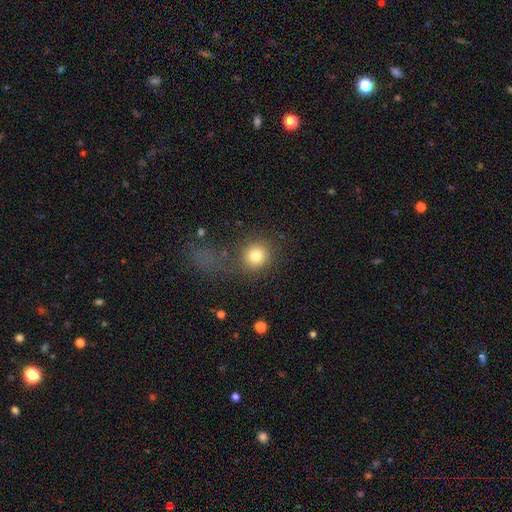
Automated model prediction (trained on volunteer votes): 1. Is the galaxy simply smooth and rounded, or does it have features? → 80% smooth, 11% star or artifact, 9% featured or disk.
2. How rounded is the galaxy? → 87% round, 12% in between, 1% cigar-shaped.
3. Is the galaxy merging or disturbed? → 67% none, 13% minor disturbance, 12% major disturbance, 8% merger.